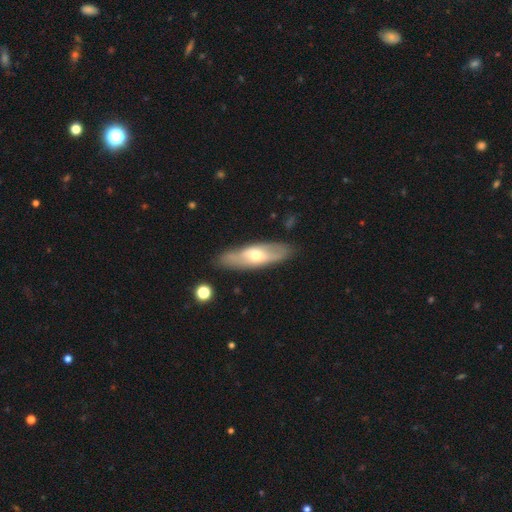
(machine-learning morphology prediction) type=featured or disk (55%); edge-on=no (65%); merging=none (82%).